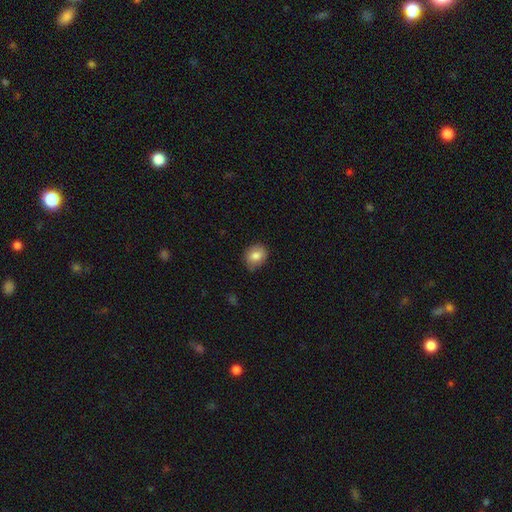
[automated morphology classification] Smooth or featured: smooth — 83% (featured or disk — 9%)
How rounded: round — 57% (in between — 42%)
Merging: none — 78% (minor disturbance — 18%)